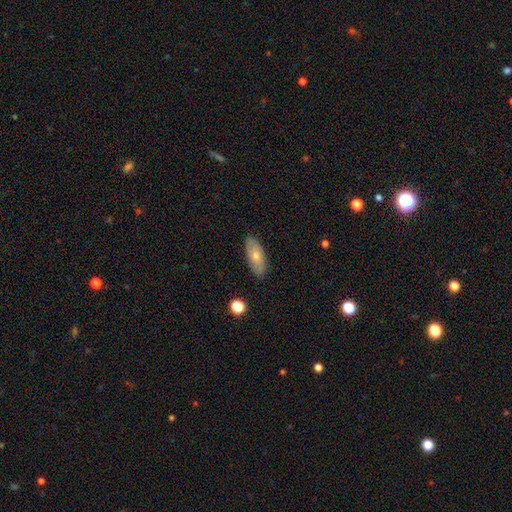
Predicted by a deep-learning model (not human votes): smooth 64%, featured or disk 29%, star or artifact 8%. Down the decision tree: how rounded — in between (81%); merging — none (87%).